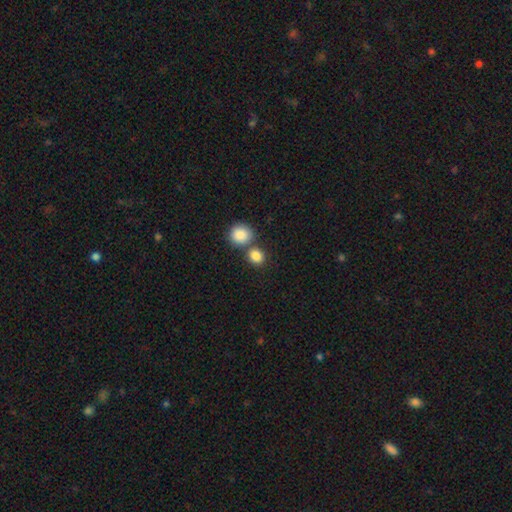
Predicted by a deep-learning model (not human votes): Overall: smooth (86%). How rounded: round (71%). Merging: none (59%; merger 30%).